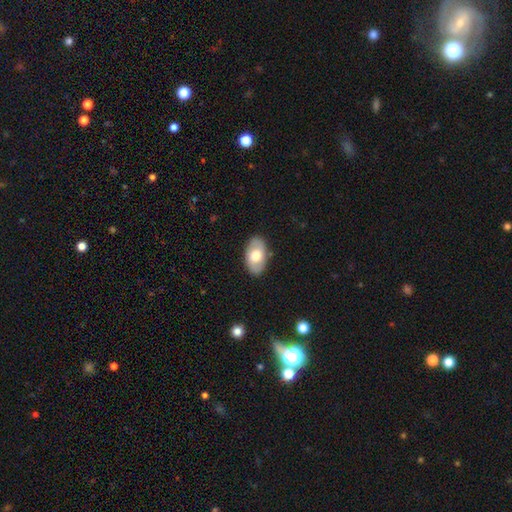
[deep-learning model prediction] The model was most divided on "smooth or featured": smooth: 57%, featured or disk: 37%, star or artifact: 6%. More confident: how rounded — in between (93%); merging — none (85%).